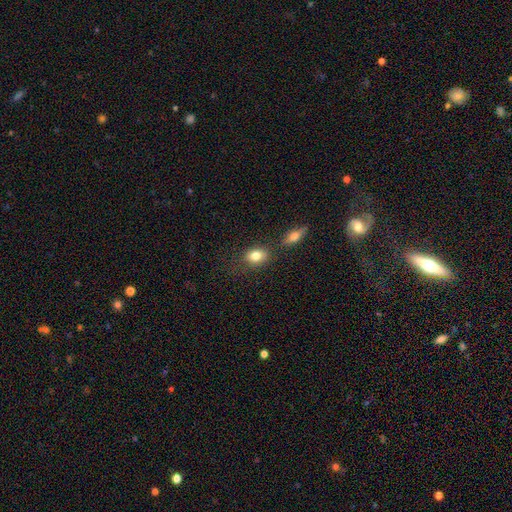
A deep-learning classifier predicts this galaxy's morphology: smooth 80%, featured or disk 11%, star or artifact 9%. Down the decision tree: how rounded — in between (67%); merging — none (69%).